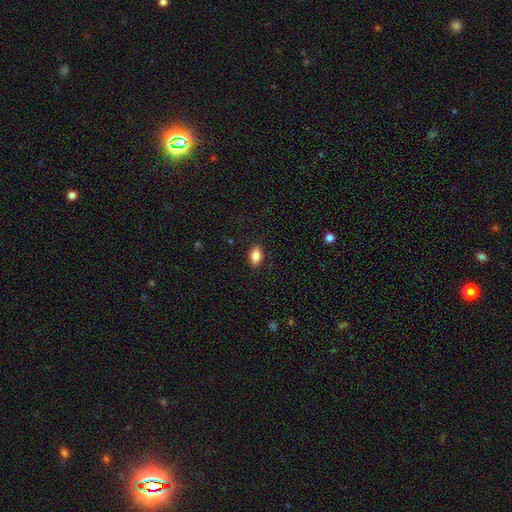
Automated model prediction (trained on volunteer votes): Q: Smooth or featured?
A: smooth (85%); runner-up: star or artifact (8%)
Q: How rounded?
A: in between (88%); runner-up: round (9%)
Q: Merging?
A: none (88%); runner-up: minor disturbance (9%)